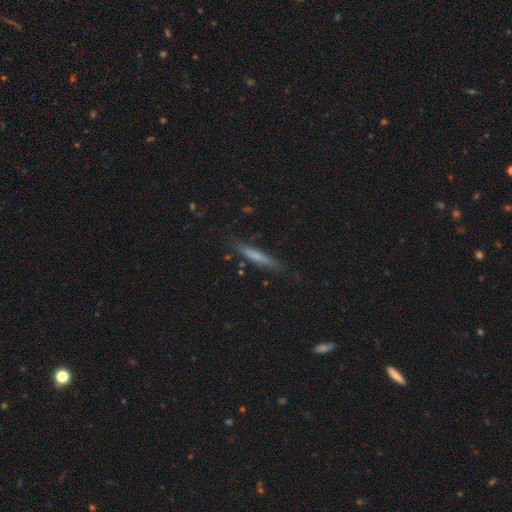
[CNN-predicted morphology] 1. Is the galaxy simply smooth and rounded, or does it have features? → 60% smooth, 33% featured or disk, 7% star or artifact.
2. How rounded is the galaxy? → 94% cigar-shaped, 4% in between, 1% round.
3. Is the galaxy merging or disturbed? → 82% none, 13% minor disturbance, 3% major disturbance, 2% merger.